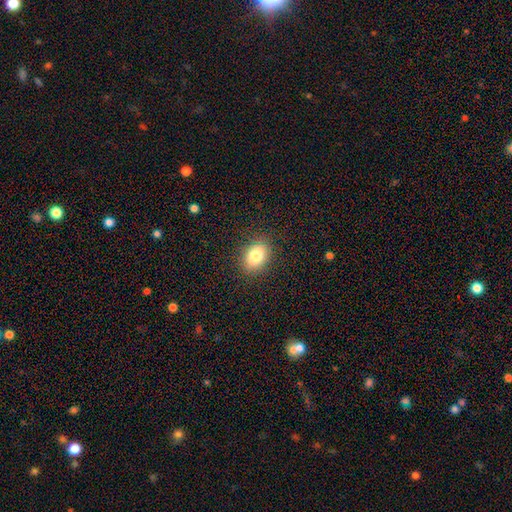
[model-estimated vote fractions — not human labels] Overall: smooth (81%). How rounded: in between (69%; round 29%). Merging: none (87%).